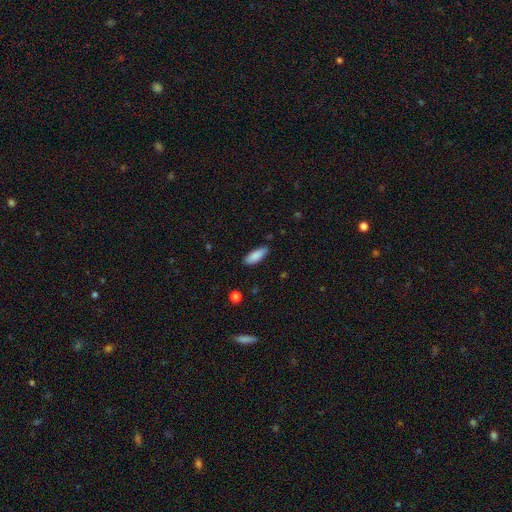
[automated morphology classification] Smooth or featured? Predicted: smooth (p=0.88). How rounded? Predicted: in between (p=0.68). Merging? Predicted: none (p=0.82).